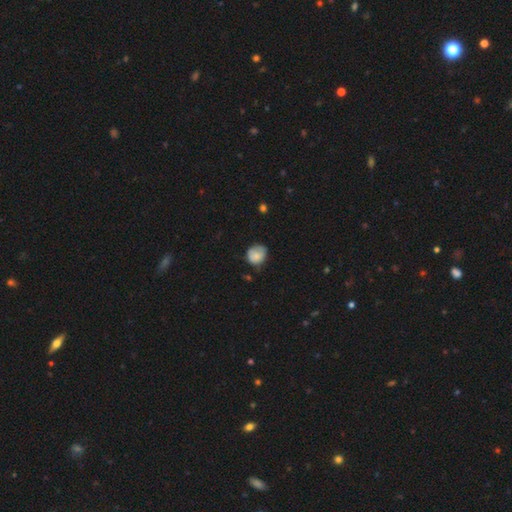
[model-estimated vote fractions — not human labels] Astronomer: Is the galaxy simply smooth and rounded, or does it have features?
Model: smooth — 80%.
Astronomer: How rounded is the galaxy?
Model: round — 73%.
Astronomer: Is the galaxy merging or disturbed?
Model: none — 55% (runner-up: minor disturbance, 35%).